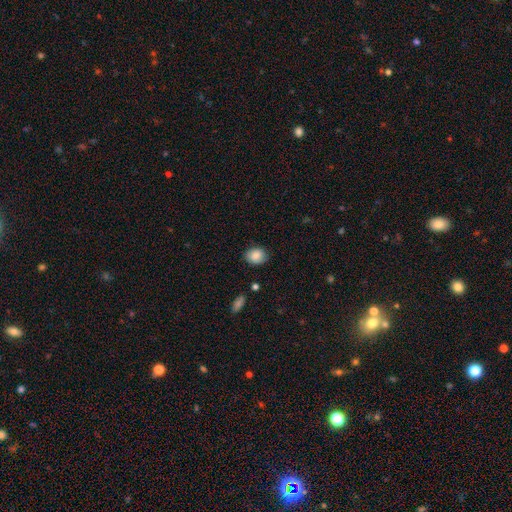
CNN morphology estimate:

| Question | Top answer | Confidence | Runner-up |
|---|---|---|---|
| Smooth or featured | smooth | 85% | star or artifact (8%) |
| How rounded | round | 50% | in between (49%) |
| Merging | none | 83% | minor disturbance (13%) |